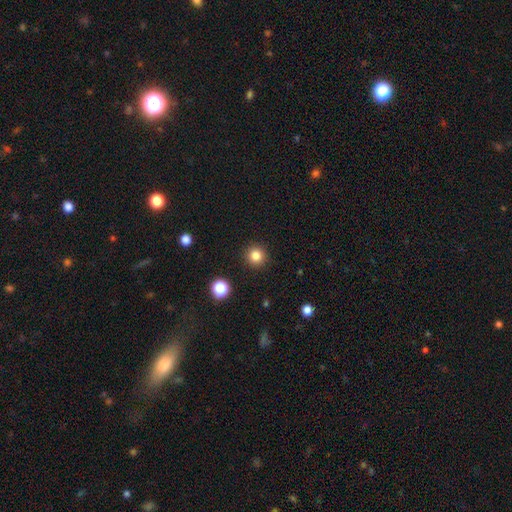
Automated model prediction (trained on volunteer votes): This appears to be a smooth galaxy with no disk features (83%) that is round (95%). Merging: none (92%).